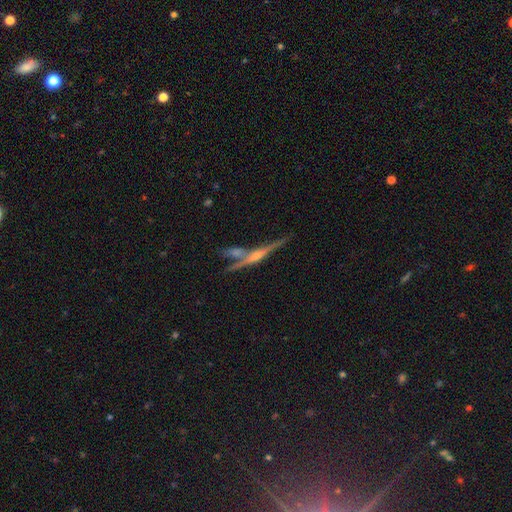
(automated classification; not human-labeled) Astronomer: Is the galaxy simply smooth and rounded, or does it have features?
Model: featured or disk — 80%.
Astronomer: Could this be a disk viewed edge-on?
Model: yes — 95%.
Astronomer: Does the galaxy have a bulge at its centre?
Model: rounded — 75%.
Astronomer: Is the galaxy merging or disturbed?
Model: none — 61%.